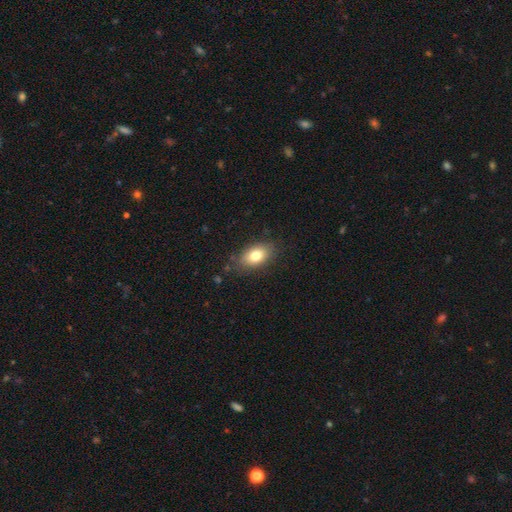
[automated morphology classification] Smooth or featured? Predicted: smooth (p=0.78). How rounded? Predicted: in between (p=0.87). Merging? Predicted: none (p=0.81).